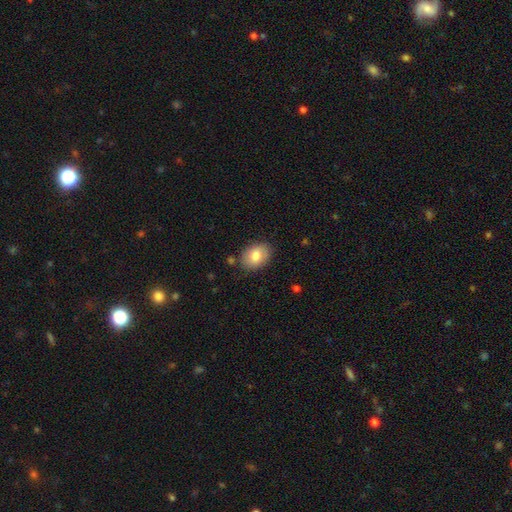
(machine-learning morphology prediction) smooth_or_featured: smooth (p=0.80) [alt: featured or disk p=0.13]
how_rounded: in between (p=0.76) [alt: round p=0.23]
merging: none (p=0.82) [alt: minor disturbance p=0.13]